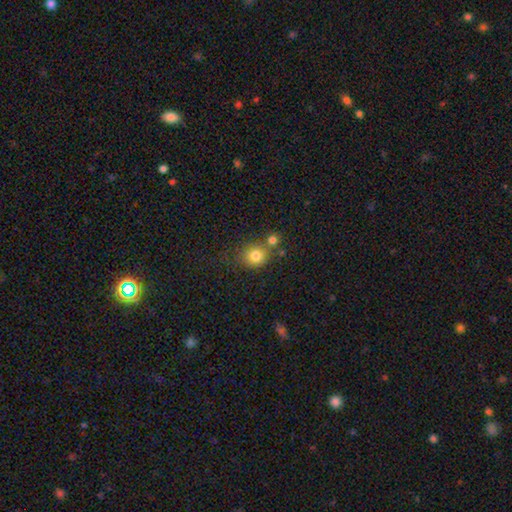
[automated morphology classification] Overall: smooth (79%). How rounded: round (81%). Merging: none (61%; merger 24%).